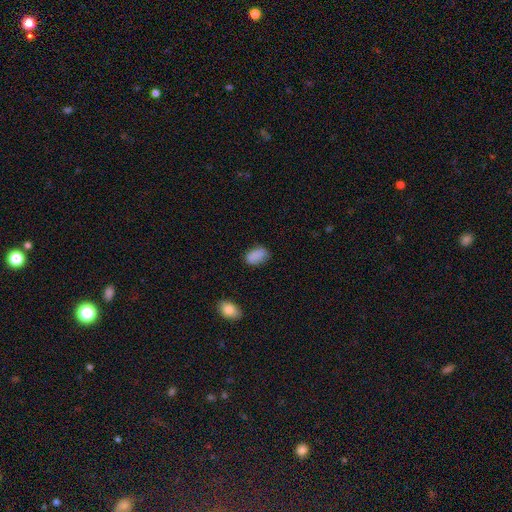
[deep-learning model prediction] A smooth galaxy with no disk features (87%) that is in between round and cigar-shaped (91%). Merging: none (73%).